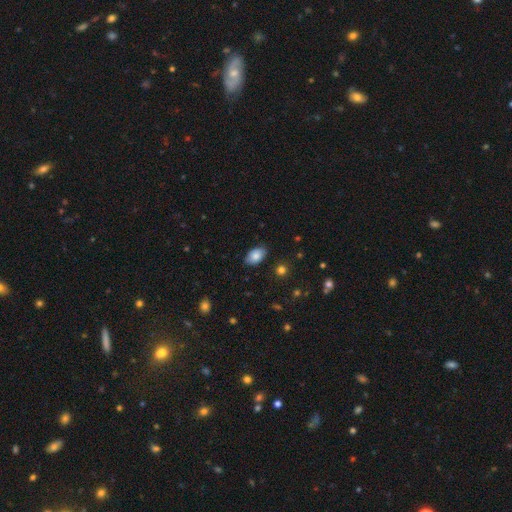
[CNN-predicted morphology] smooth_or_featured: smooth (p=0.82) [alt: featured or disk p=0.10]
how_rounded: in between (p=0.91) [alt: round p=0.07]
merging: none (p=0.84) [alt: minor disturbance p=0.13]